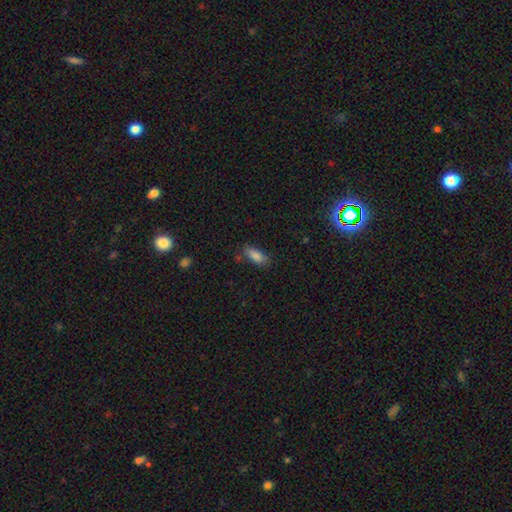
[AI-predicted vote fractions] Smooth or featured: smooth — 85% (star or artifact — 8%)
How rounded: in between — 79% (cigar-shaped — 19%)
Merging: none — 73% (minor disturbance — 19%)